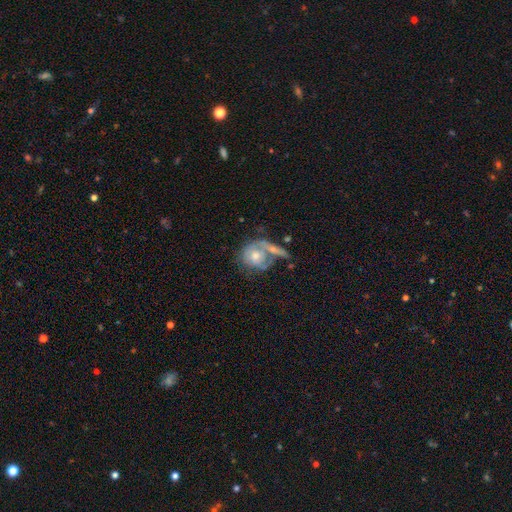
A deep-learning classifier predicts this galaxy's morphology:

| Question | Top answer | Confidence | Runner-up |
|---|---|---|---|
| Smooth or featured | featured or disk | 51% | smooth (43%) |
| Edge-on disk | no | 93% | yes (7%) |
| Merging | merger | 32% | tied: none (32%) |